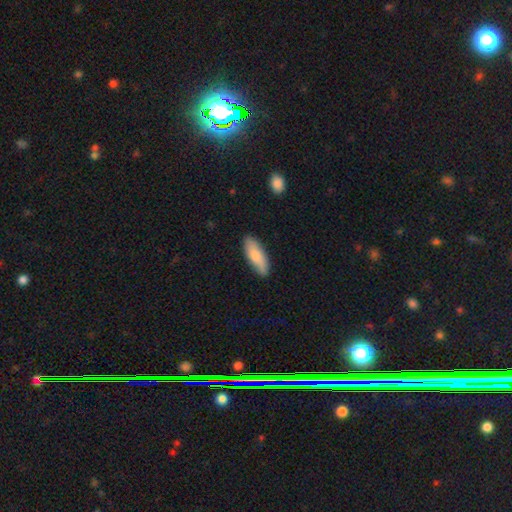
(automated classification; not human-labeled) Smooth or featured? smooth (78%)
How rounded? in between (68%)
Merging? none (83%)